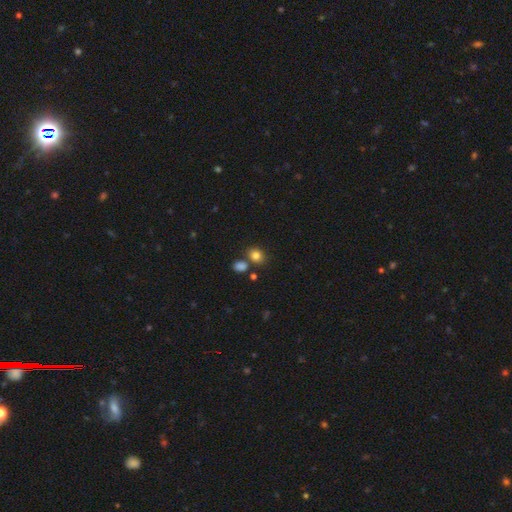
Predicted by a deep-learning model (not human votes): Smooth or featured? Predicted: smooth (p=0.82). How rounded? Predicted: round (p=0.61). Merging? Predicted: none (p=0.69).